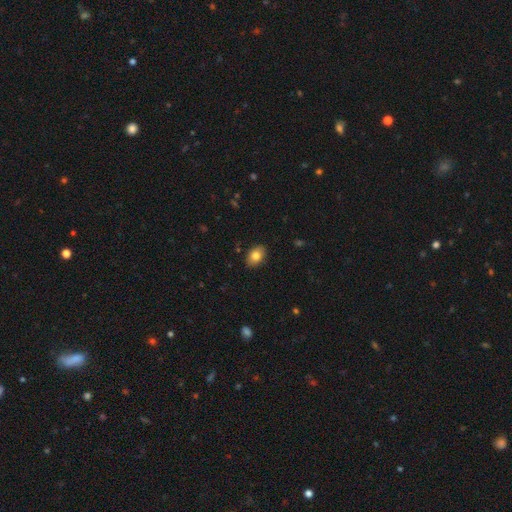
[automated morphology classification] Smooth or featured? smooth (82%)
How rounded? in between (80%)
Merging? none (88%)